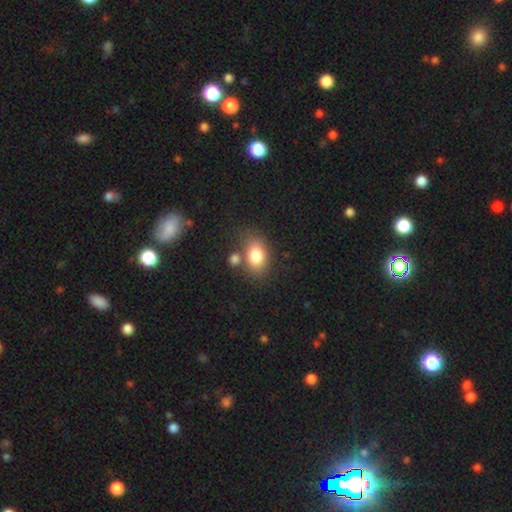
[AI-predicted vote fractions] smooth 80%, featured or disk 11%, star or artifact 9%. Down the decision tree: how rounded — in between (80%); merging — none (63%).